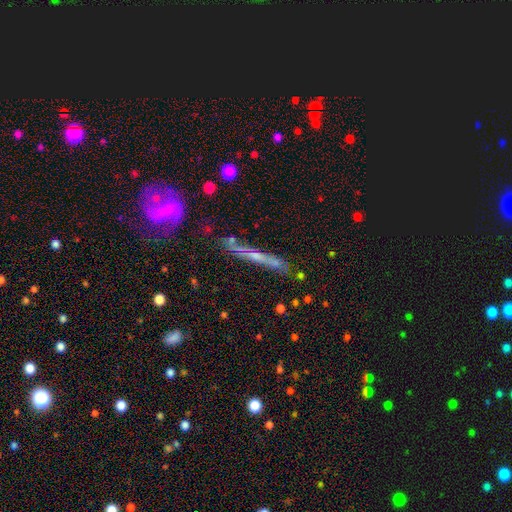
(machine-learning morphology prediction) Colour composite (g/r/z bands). It shows a featured or disk galaxy (62%) viewed edge-on (77%). Merging: none (61%).